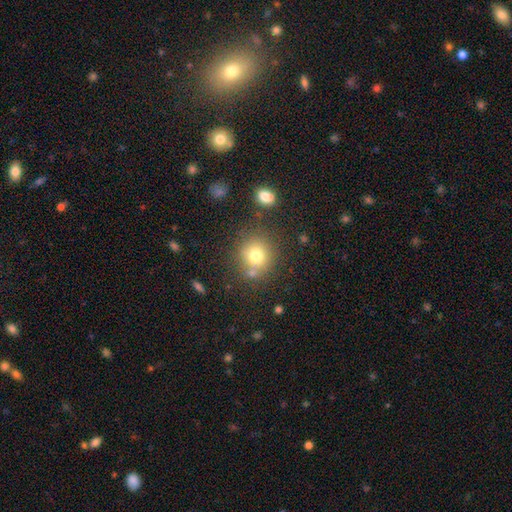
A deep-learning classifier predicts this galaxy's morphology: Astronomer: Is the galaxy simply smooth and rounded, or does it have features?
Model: smooth — 74%.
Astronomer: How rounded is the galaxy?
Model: round — 88%.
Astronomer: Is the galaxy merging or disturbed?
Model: none — 72%.